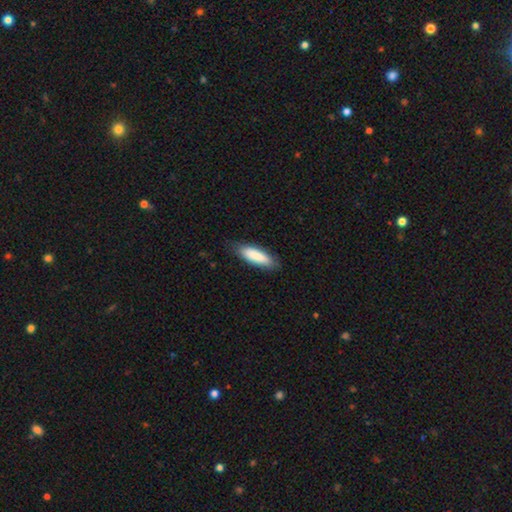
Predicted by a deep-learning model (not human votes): smooth 87%, featured or disk 8%, star or artifact 5%. Down the decision tree: how rounded — in between (53%); merging — none (80%).